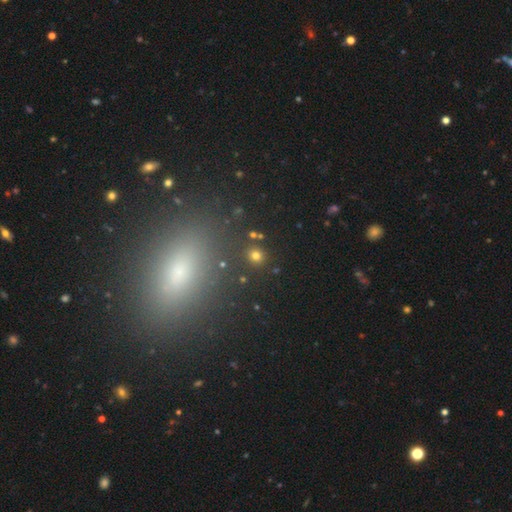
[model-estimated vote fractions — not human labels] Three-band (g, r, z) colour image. It shows a smooth galaxy with no disk features (74%) that is round (86%). Merging: none (88%).